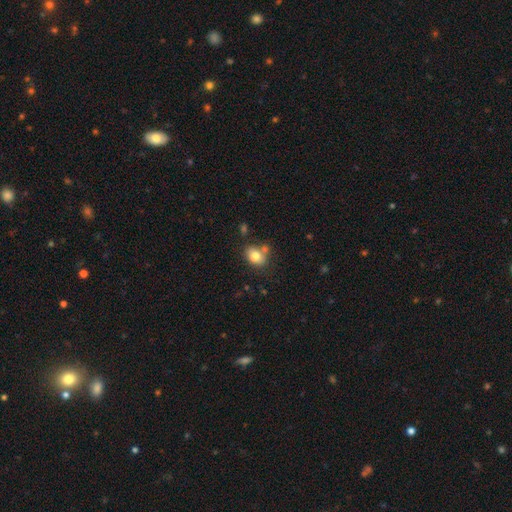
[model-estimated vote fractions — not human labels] The model was most divided on "how rounded": in between: 60%, round: 39%, cigar-shaped: 1%. More confident: smooth or featured — smooth (79%); merging — none (58%).